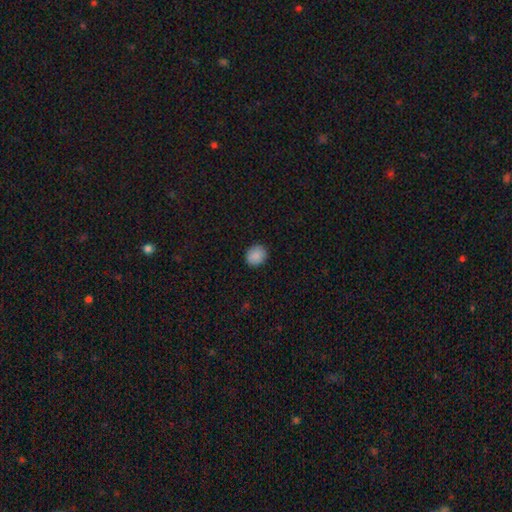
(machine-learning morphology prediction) smooth 89%, star or artifact 8%, featured or disk 3%. Down the decision tree: how rounded — round (81%); merging — none (90%).